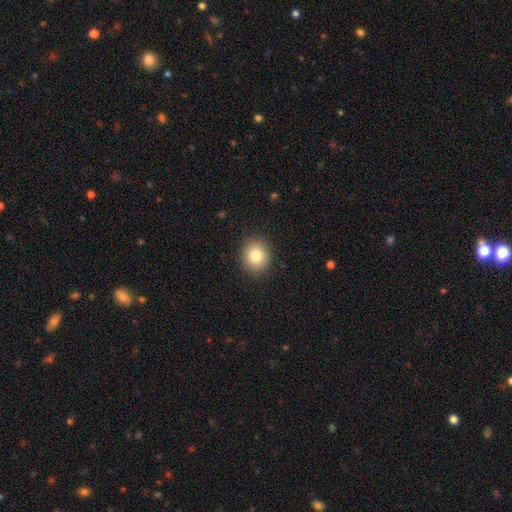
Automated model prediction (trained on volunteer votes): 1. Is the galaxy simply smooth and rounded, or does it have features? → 82% smooth, 10% star or artifact, 8% featured or disk.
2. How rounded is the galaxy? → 75% round, 24% in between, 1% cigar-shaped.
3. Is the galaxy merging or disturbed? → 90% none, 7% minor disturbance, 2% major disturbance, 1% merger.